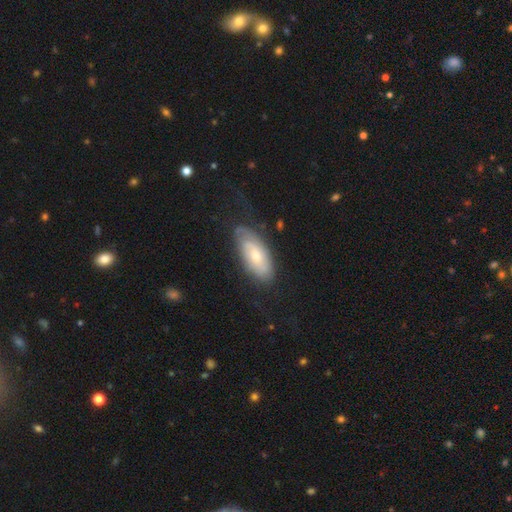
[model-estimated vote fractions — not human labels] smooth-or-featured: featured or disk: 53% | smooth: 41% | star or artifact: 6%
  disk-edge-on: no: 87% | yes: 13%
  merging: none: 66% | minor disturbance: 23% | major disturbance: 9% | merger: 2%